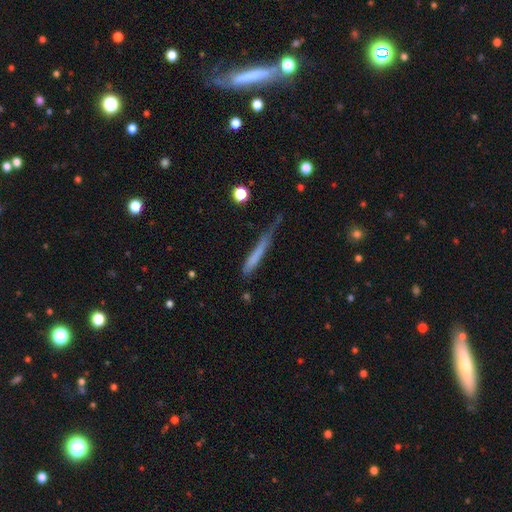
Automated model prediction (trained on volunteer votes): Q: Smooth or featured?
A: smooth (64%); runner-up: featured or disk (27%)
Q: How rounded?
A: cigar-shaped (94%); runner-up: in between (4%)
Q: Merging?
A: none (46%); runner-up: minor disturbance (32%)